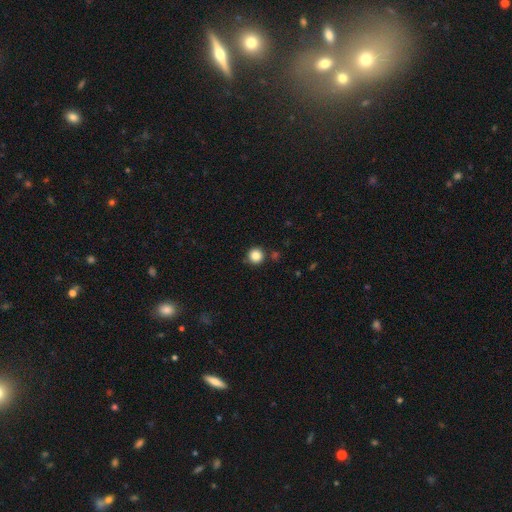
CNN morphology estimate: Smooth or featured?
  - smooth: 85% *
  - star or artifact: 11%
  - featured or disk: 4%
How rounded?
  - round: 95% *
  - in between: 4%
  - cigar-shaped: 1%
Merging?
  - none: 87% *
  - minor disturbance: 8%
  - merger: 3%
  - major disturbance: 2%